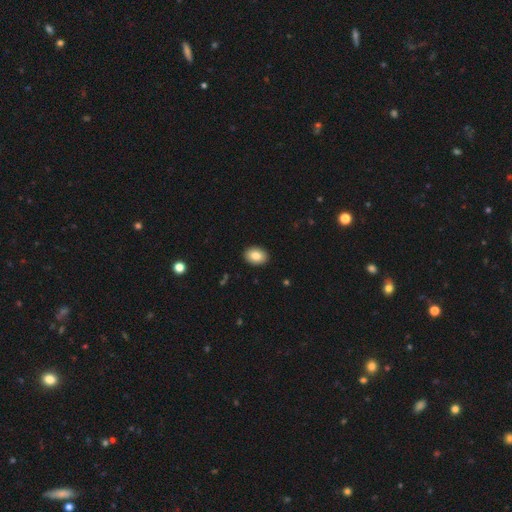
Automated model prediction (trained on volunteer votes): Smooth or featured? Predicted: smooth (p=0.85). How rounded? Predicted: in between (p=0.77). Merging? Predicted: none (p=0.91).